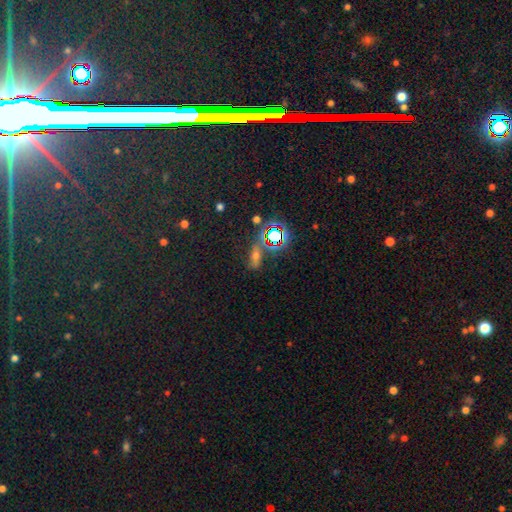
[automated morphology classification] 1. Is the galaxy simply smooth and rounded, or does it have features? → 43% star or artifact, 39% smooth, 18% featured or disk.